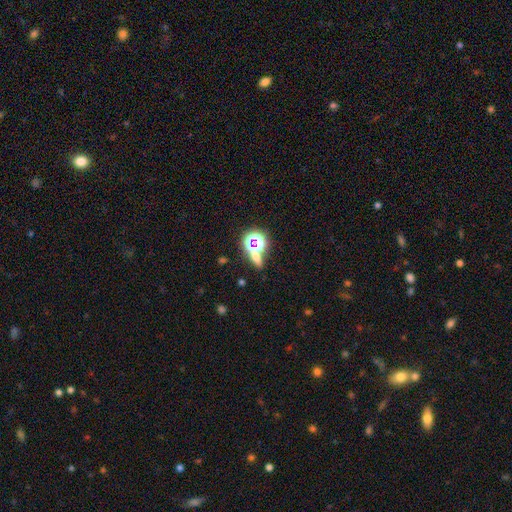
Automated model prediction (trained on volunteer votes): This appears to be a star or artifact, not a galaxy (47%).